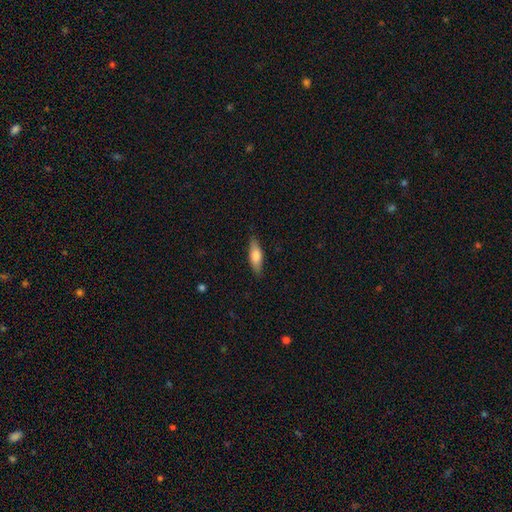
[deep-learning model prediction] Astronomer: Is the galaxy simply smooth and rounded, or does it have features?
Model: smooth — 72%.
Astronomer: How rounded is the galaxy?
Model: in between — 56% (runner-up: cigar-shaped, 42%).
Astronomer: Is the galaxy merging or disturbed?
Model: none — 85%.